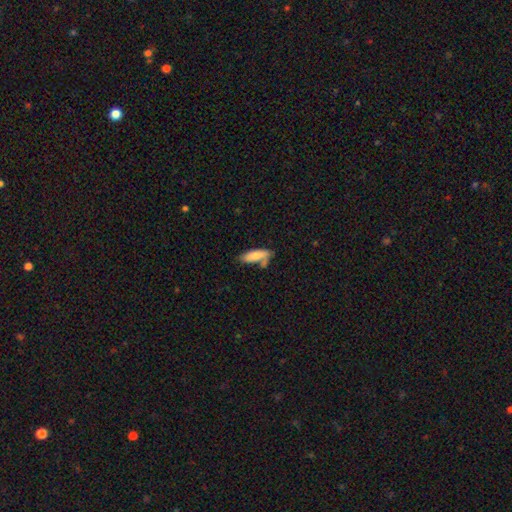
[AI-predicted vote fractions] Smooth or featured? Predicted: smooth (p=0.80). How rounded? Predicted: in between (p=0.57). Merging? Predicted: none (p=0.51).